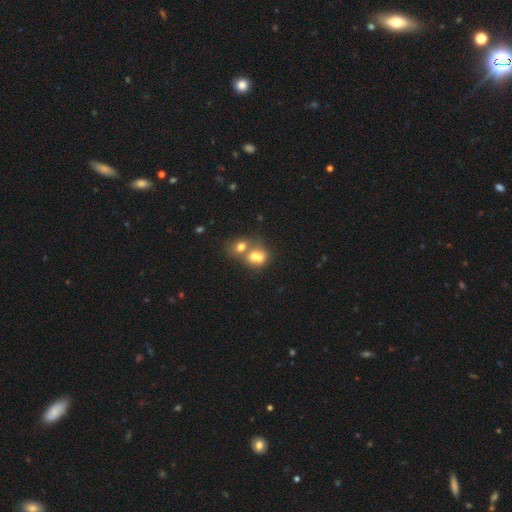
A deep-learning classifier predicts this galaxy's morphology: A smooth galaxy with no disk features (66%) that is round (68%).

Vote fractions:
- Smooth or featured? smooth: 66% / star or artifact: 21% / featured or disk: 13%
- How rounded? round: 68% / in between: 31% / cigar-shaped: 2%
- Merging? merger: 51% / none: 39% / minor disturbance: 7% / major disturbance: 4%